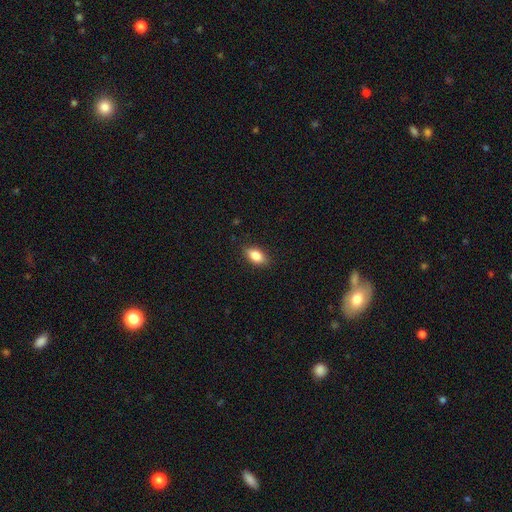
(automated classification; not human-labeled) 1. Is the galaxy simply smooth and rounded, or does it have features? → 84% smooth, 9% featured or disk, 8% star or artifact.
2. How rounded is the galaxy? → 87% in between, 6% round, 6% cigar-shaped.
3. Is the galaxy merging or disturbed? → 86% none, 10% minor disturbance, 2% major disturbance, 1% merger.